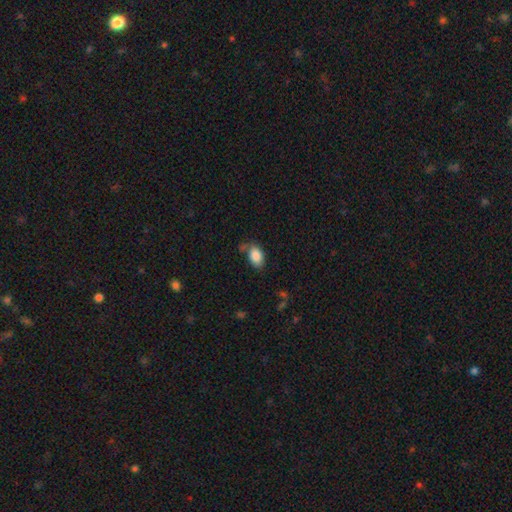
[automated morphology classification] This is clearly a smooth galaxy (87%). How rounded: clearly in between (90%). Merging: likely none (66%).